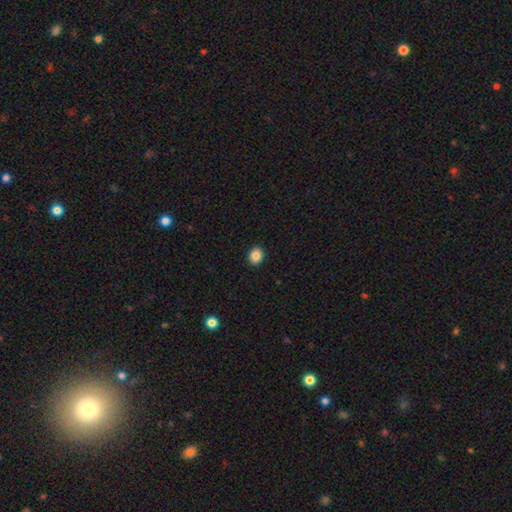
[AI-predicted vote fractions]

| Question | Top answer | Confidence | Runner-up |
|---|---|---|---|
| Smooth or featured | smooth | 87% | star or artifact (9%) |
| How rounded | round | 66% | in between (33%) |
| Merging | none | 92% | minor disturbance (6%) |